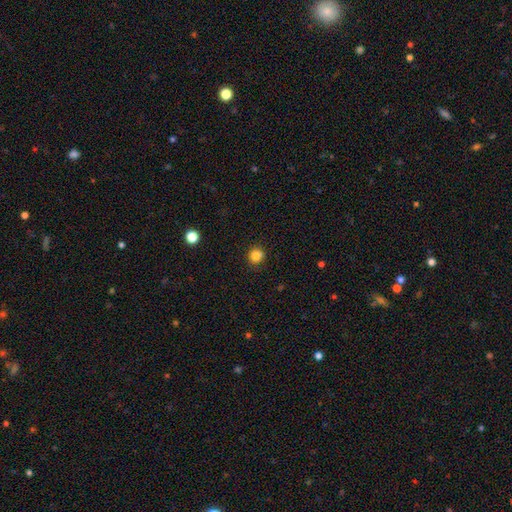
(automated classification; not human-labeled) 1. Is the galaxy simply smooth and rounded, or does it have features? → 83% smooth, 12% star or artifact, 5% featured or disk.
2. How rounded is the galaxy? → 90% round, 9% in between, 1% cigar-shaped.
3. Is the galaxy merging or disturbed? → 87% none, 9% minor disturbance, 3% merger, 2% major disturbance.